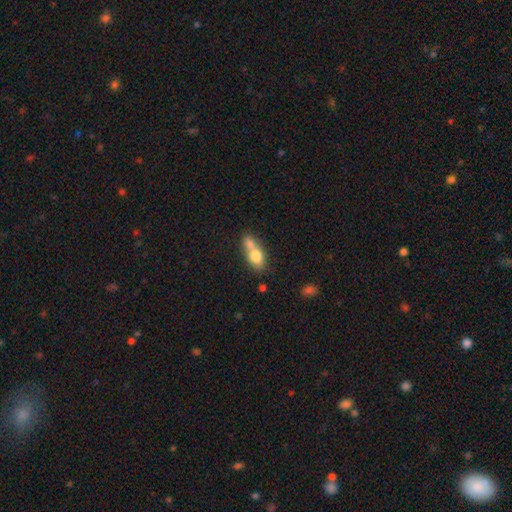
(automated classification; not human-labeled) Overall: smooth (72%). How rounded: in between (71%). Merging: merger (61%; none 25%).